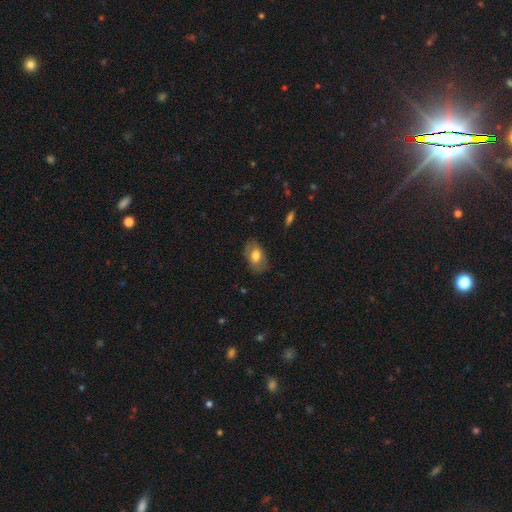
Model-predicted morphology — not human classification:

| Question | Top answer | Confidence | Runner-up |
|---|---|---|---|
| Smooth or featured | smooth | 69% | featured or disk (23%) |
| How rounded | in between | 88% | round (10%) |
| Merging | none | 78% | minor disturbance (16%) |